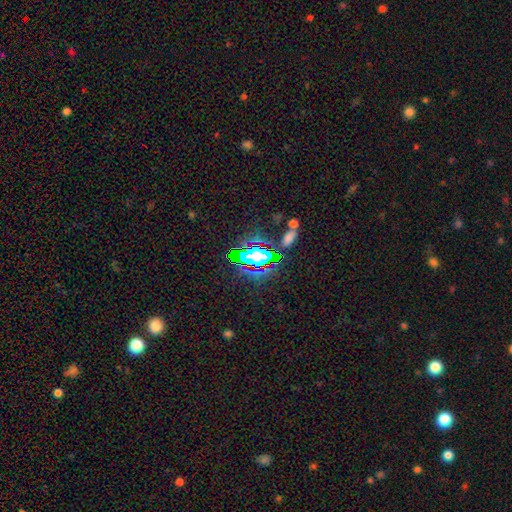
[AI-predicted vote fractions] This appears to be a star or artifact, not a galaxy (62%).